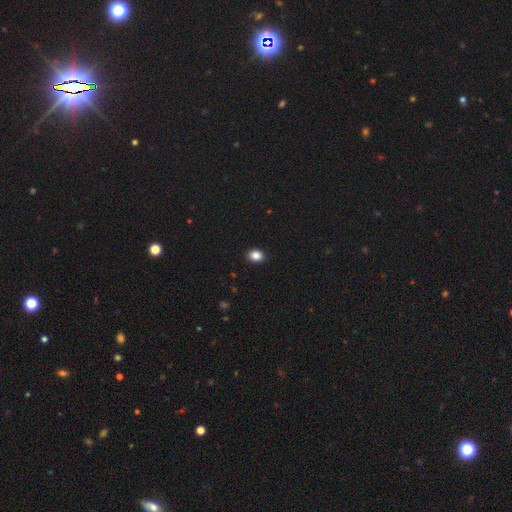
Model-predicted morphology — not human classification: Q: Smooth or featured?
A: smooth (85%); runner-up: star or artifact (10%)
Q: How rounded?
A: in between (52%); runner-up: round (47%)
Q: Merging?
A: none (91%); runner-up: minor disturbance (6%)